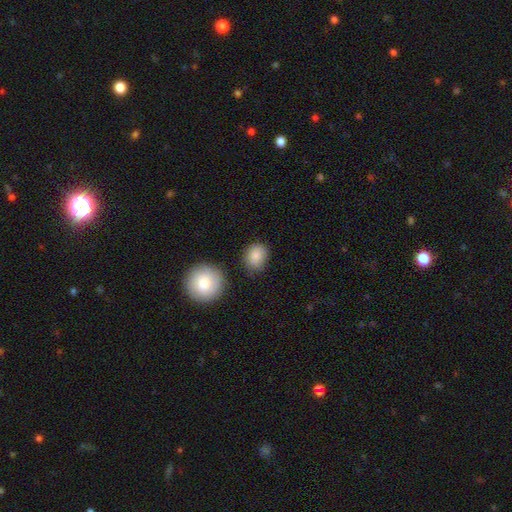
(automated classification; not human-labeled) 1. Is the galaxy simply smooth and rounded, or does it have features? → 85% smooth, 8% star or artifact, 7% featured or disk.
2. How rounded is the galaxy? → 56% round, 43% in between, 1% cigar-shaped.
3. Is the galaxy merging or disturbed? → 75% none, 17% minor disturbance, 5% merger, 4% major disturbance.